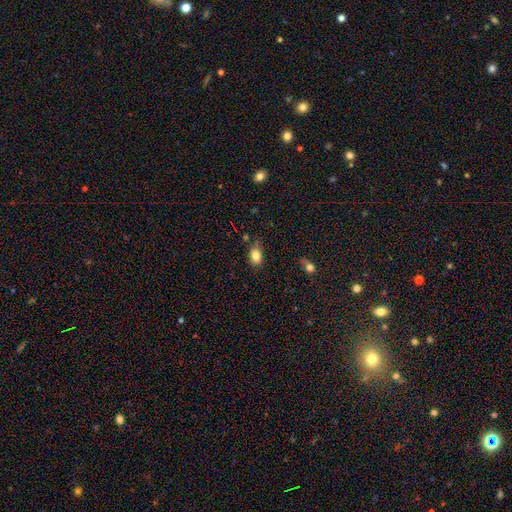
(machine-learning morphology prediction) This is clearly a smooth galaxy (83%). How rounded: clearly in between (82%). Merging: likely none (70%).